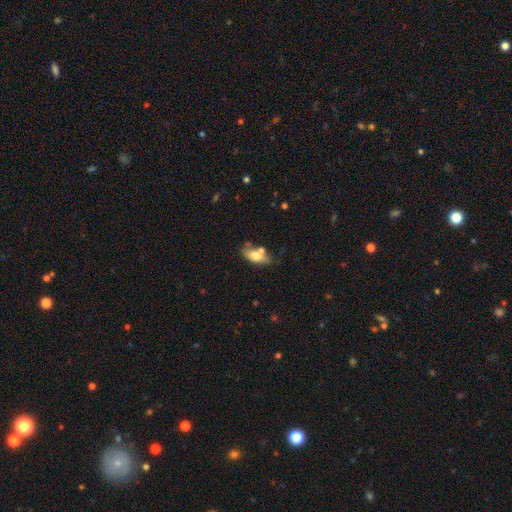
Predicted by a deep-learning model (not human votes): The model was most divided on "merging": none: 57%, merger: 19%, minor disturbance: 18%, major disturbance: 6%. More confident: how rounded — in between (83%); smooth or featured — smooth (71%).